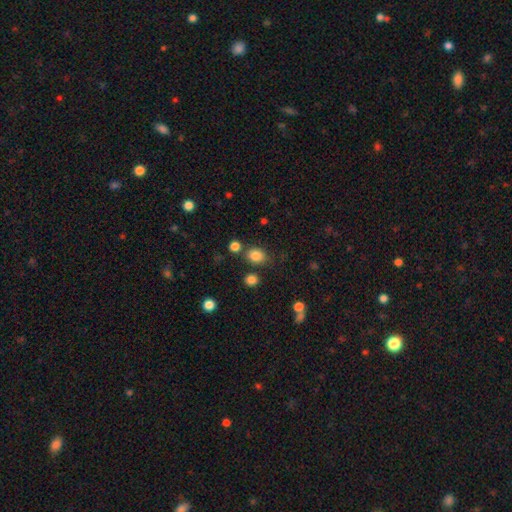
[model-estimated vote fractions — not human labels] Morphology: type=smooth (83%); roundness=round (56%); merging=none (75%).